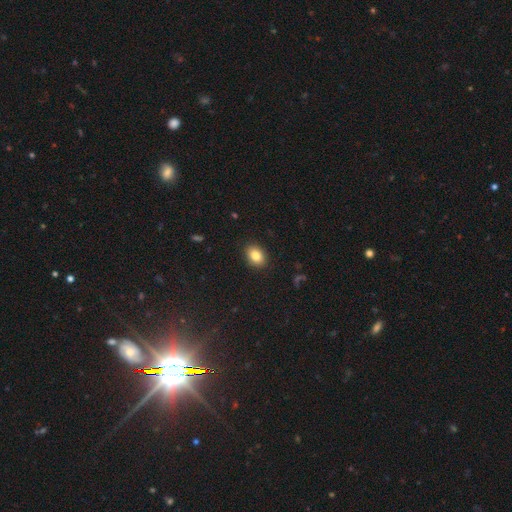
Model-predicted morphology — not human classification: A smooth galaxy with no disk features (84%) that is in between round and cigar-shaped (70%). Merging: none (90%).